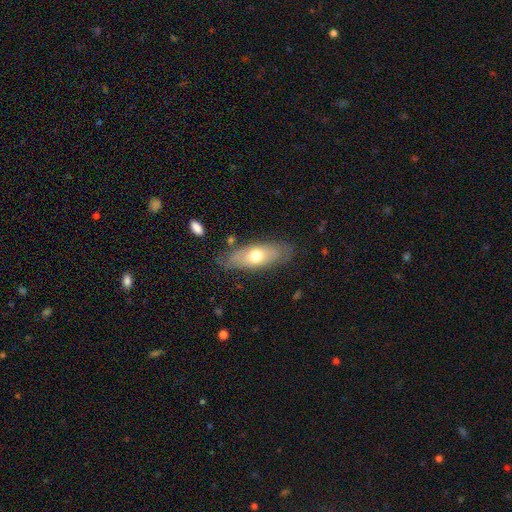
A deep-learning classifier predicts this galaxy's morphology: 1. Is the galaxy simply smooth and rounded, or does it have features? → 58% smooth, 36% featured or disk, 6% star or artifact.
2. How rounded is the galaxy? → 75% in between, 22% cigar-shaped, 3% round.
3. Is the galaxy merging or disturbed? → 76% none, 17% minor disturbance, 5% major disturbance, 2% merger.